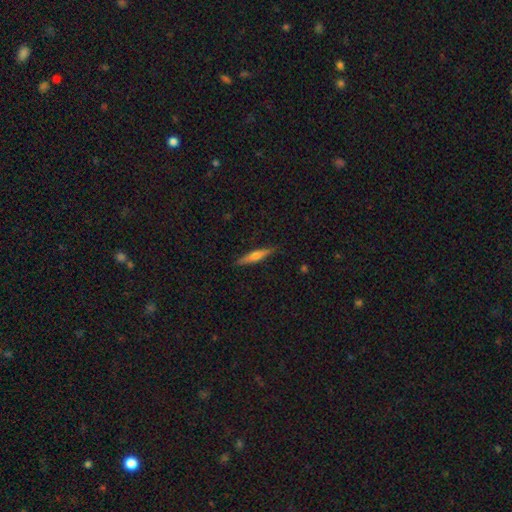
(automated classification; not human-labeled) This appears to be a featured or disk galaxy (50%) viewed edge-on (95%). Merging: none (89%).